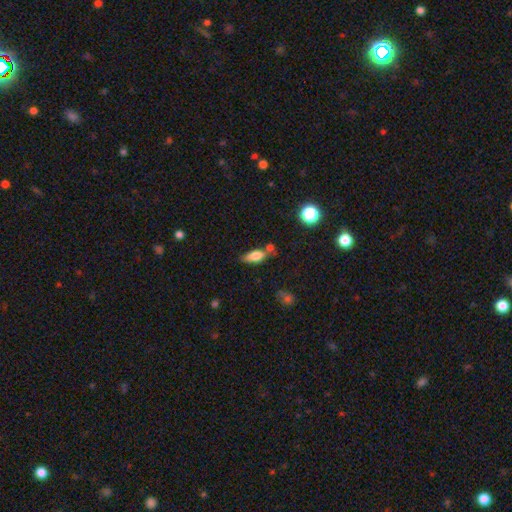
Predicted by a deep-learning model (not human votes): Q: Smooth or featured?
A: smooth (69%); runner-up: featured or disk (22%)
Q: How rounded?
A: in between (71%); runner-up: cigar-shaped (24%)
Q: Merging?
A: none (56%); runner-up: minor disturbance (21%)